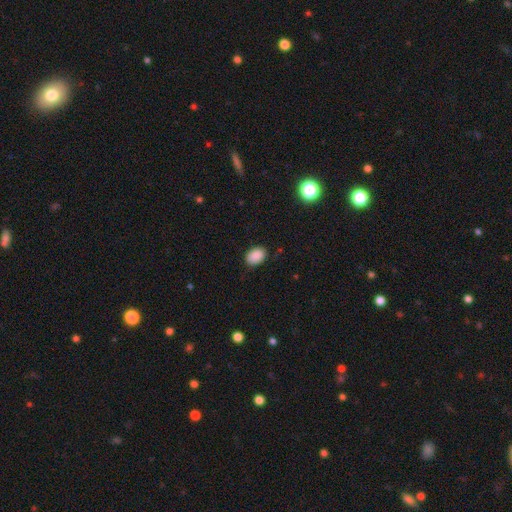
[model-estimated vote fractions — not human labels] A smooth galaxy with no disk features (89%) that is in between round and cigar-shaped (83%).

Vote fractions:
- Smooth or featured? smooth: 89% / star or artifact: 9% / featured or disk: 3%
- How rounded? in between: 83% / round: 16% / cigar-shaped: 1%
- Merging? none: 86% / minor disturbance: 11% / major disturbance: 2% / merger: 1%